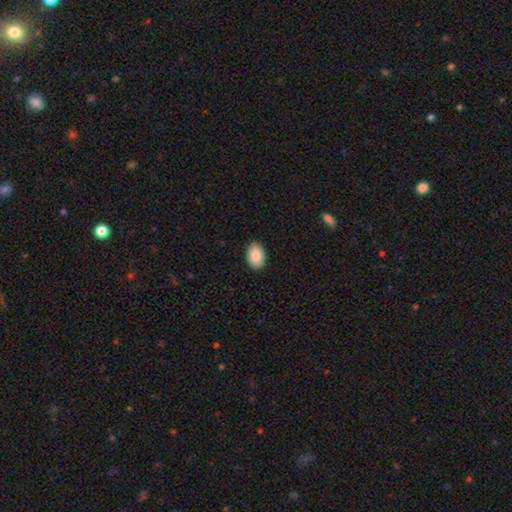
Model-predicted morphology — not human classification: This is clearly a smooth galaxy (89%). How rounded: clearly in between (90%). Merging: clearly none (89%).